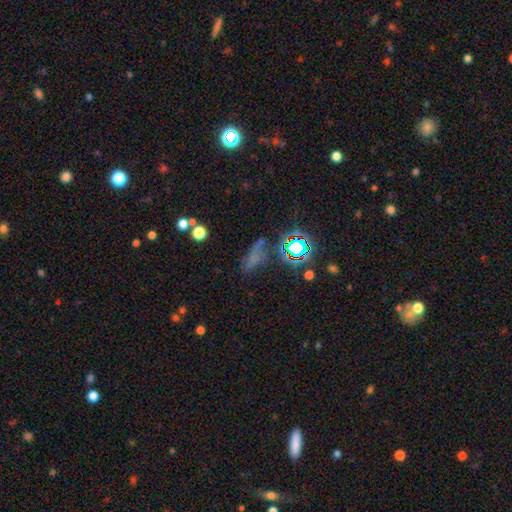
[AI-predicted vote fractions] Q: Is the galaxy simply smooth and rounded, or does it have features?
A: star or artifact — 50%.